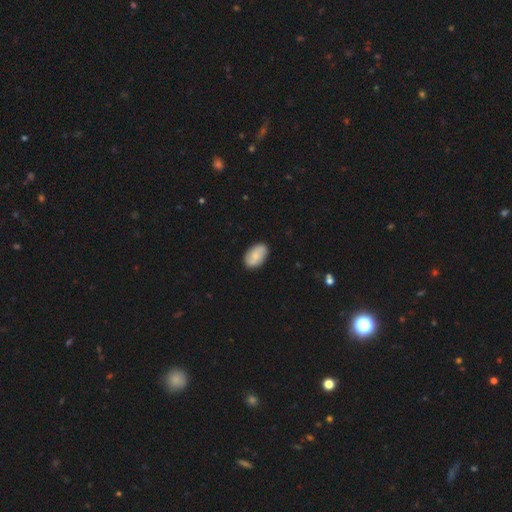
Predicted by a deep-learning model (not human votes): smooth-or-featured: smooth: 69% | featured or disk: 24% | star or artifact: 6%
  how-rounded: in between: 92% | round: 7% | cigar-shaped: 2%
  merging: none: 87% | minor disturbance: 10% | major disturbance: 2% | merger: 1%